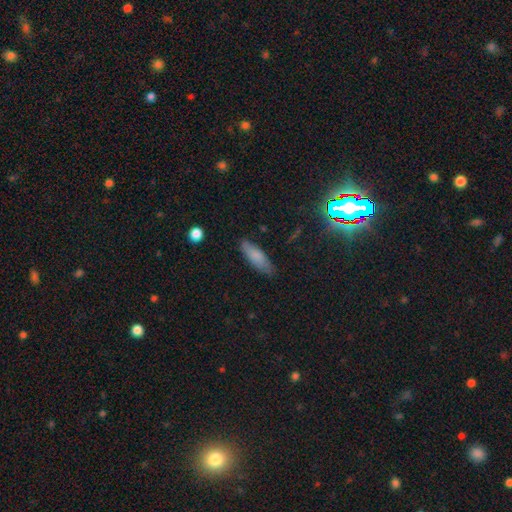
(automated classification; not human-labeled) A smooth galaxy with no disk features (79%) that is in between round and cigar-shaped (56%). Merging: none (80%).